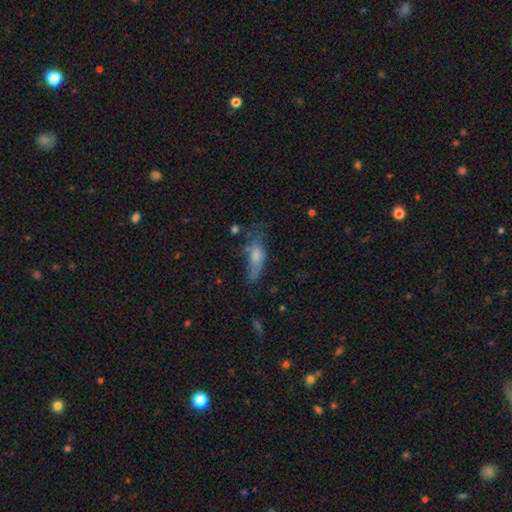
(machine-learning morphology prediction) type=smooth (50%); merging=none (46%).